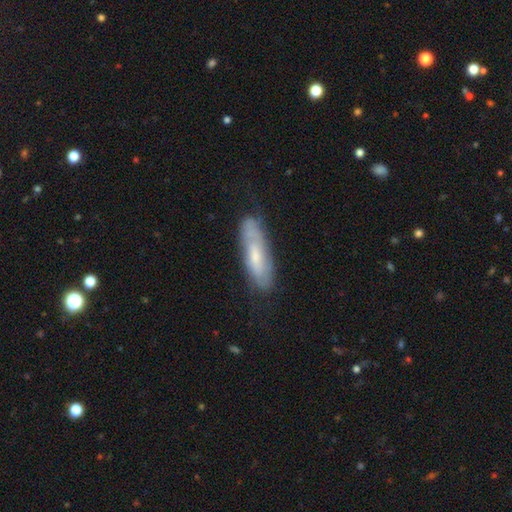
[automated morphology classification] This is possibly a featured or disk galaxy (49%). Merging: likely none (69%).